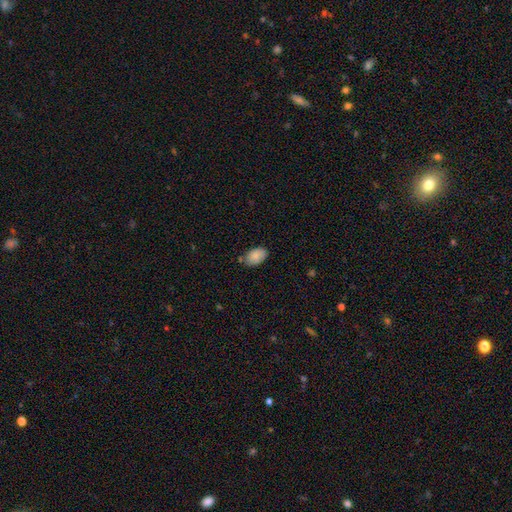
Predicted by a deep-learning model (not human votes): smooth 88%, star or artifact 7%, featured or disk 5%. Down the decision tree: how rounded — in between (90%); merging — none (75%).